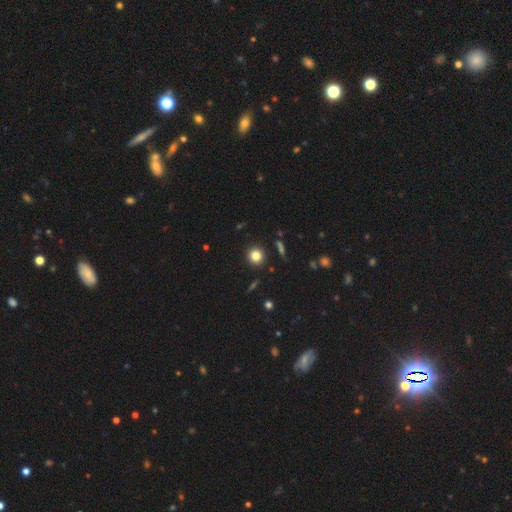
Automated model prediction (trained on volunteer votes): The model was most divided on "smooth or featured": smooth: 82%, star or artifact: 12%, featured or disk: 6%. More confident: merging — none (91%); how rounded — round (90%).